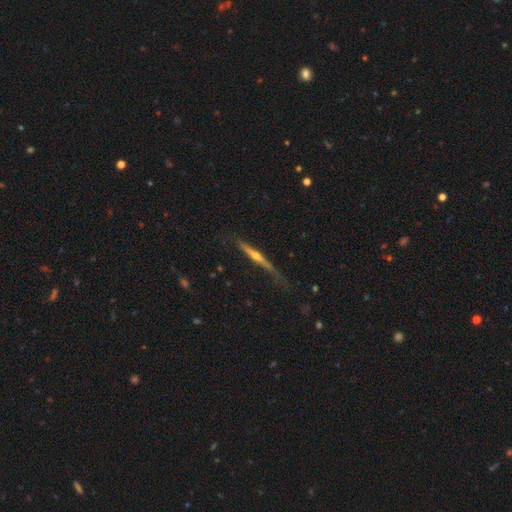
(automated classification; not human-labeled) Smooth or featured? Predicted: featured or disk (p=0.74). Edge-on disk? Predicted: yes (p=0.96). Edge-on bulge? Predicted: rounded (p=0.87). Merging? Predicted: none (p=0.61).